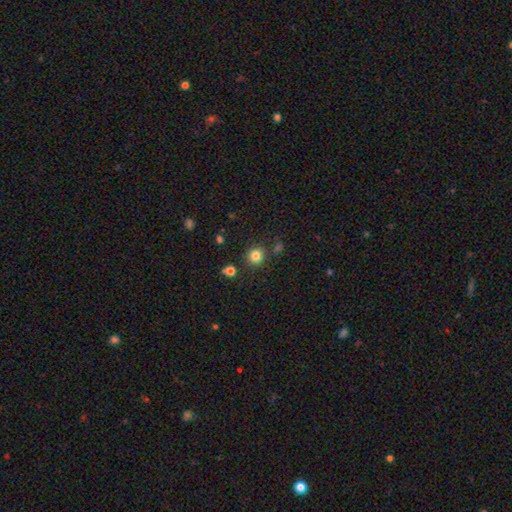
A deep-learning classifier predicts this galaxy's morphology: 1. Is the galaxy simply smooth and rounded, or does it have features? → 82% smooth, 13% star or artifact, 5% featured or disk.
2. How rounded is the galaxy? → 92% round, 7% in between, 1% cigar-shaped.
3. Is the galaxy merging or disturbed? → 84% none, 8% minor disturbance, 5% merger, 3% major disturbance.